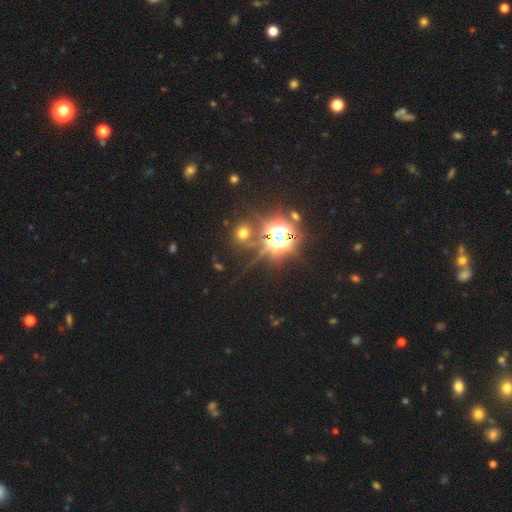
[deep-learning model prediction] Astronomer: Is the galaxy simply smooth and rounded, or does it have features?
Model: star or artifact — 81%.